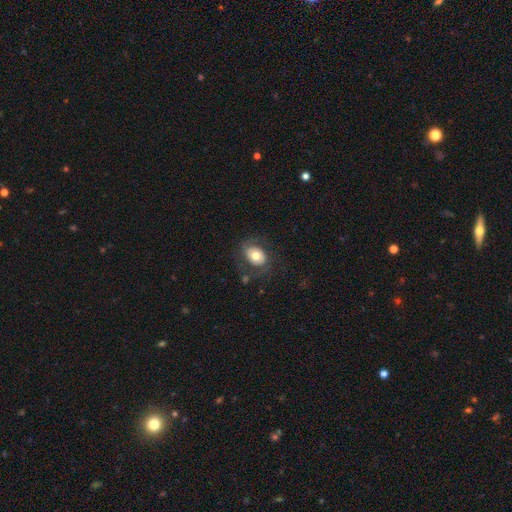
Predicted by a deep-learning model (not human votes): smooth_or_featured: smooth (p=0.62) [alt: featured or disk p=0.30]
how_rounded: in between (p=0.60) [alt: round p=0.39]
merging: none (p=0.68) [alt: minor disturbance p=0.17]